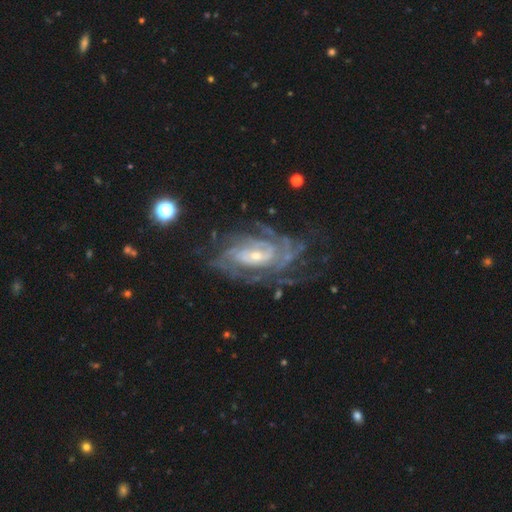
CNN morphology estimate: A featured or disk galaxy (88%) with no bar (47%), tight (63%) spiral arms (96%) and a small central bulge (59%). Merging: none (63%).